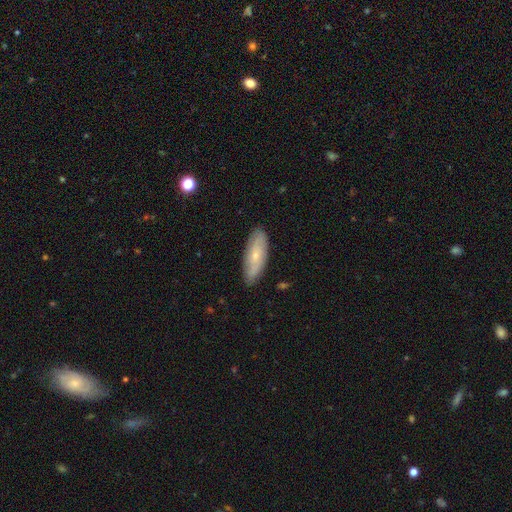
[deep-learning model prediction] smooth-or-featured: smooth: 54% | featured or disk: 39% | star or artifact: 7%
  how-rounded: in between: 65% | cigar-shaped: 33% | round: 2%
  merging: none: 84% | minor disturbance: 13% | major disturbance: 2% | merger: 1%